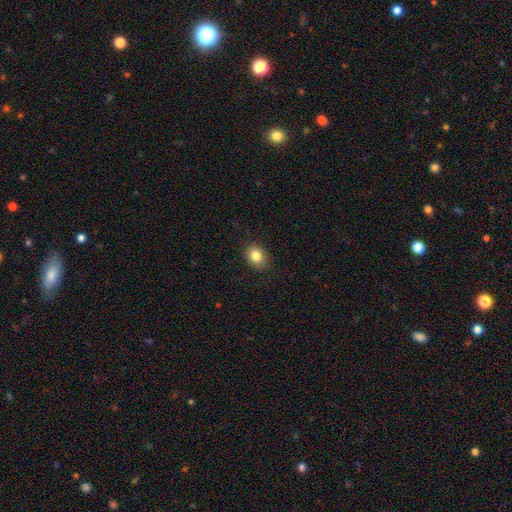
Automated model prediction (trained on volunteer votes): Smooth or featured? smooth (83%)
How rounded? in between (56%)
Merging? none (88%)